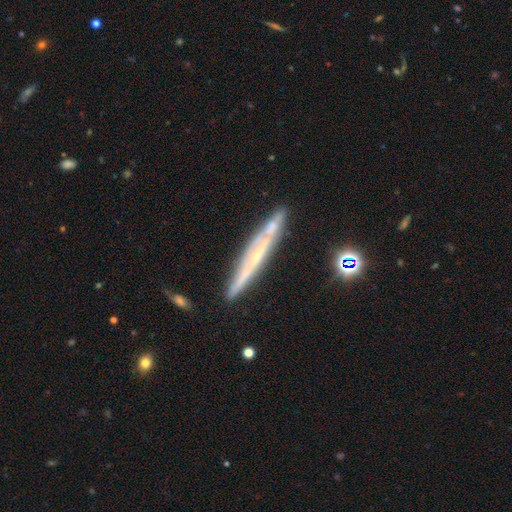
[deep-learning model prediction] Smooth or featured?
  - featured or disk: 67% *
  - smooth: 25%
  - star or artifact: 8%
Edge-on disk?
  - yes: 89% *
  - no: 11%
Edge-on bulge?
  - none: 62% *
  - rounded: 32%
  - boxy: 6%
Merging?
  - none: 80% *
  - minor disturbance: 13%
  - merger: 4%
  - major disturbance: 2%